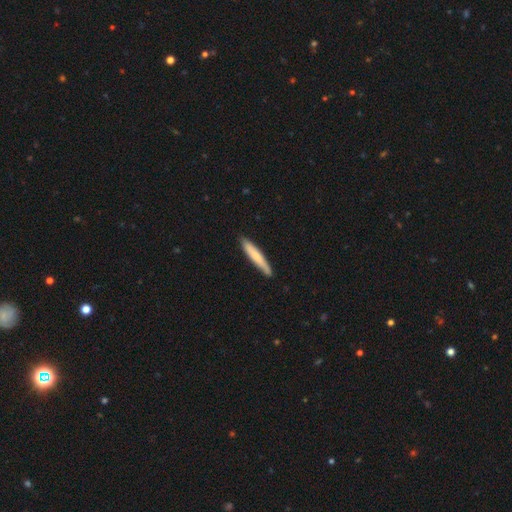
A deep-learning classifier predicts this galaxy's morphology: Smooth or featured: smooth — 72% (featured or disk — 23%)
How rounded: cigar-shaped — 93% (in between — 6%)
Merging: none — 85% (minor disturbance — 12%)